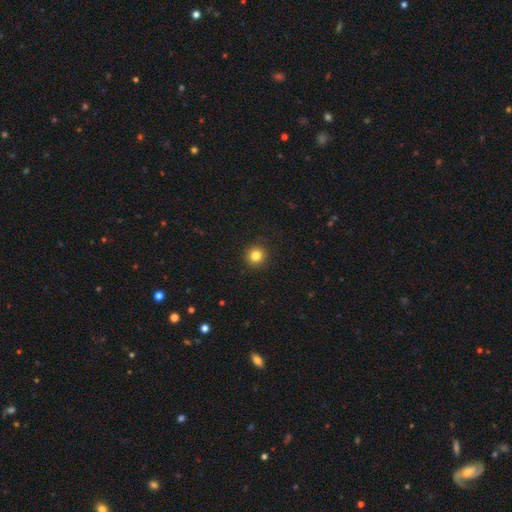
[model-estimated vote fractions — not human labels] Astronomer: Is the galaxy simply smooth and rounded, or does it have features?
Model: smooth — 83%.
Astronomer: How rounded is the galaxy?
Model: round — 93%.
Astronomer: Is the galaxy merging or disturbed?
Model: none — 92%.